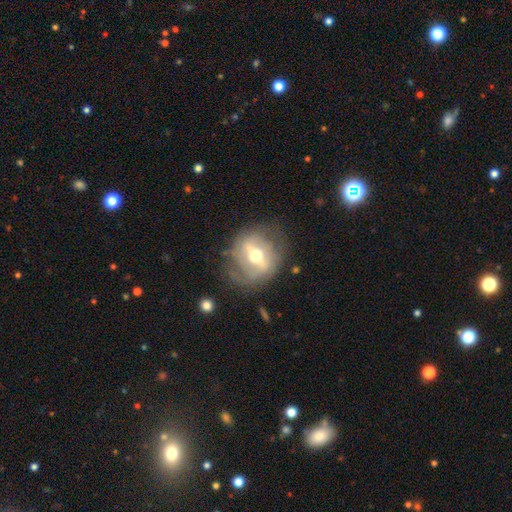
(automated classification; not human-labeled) Smooth or featured: featured or disk — 74% (smooth — 19%)
Edge-on disk: no — 88% (yes — 12%)
Bar: strong — 60% (weak — 29%)
Spiral arms: yes — 55% (no — 45%)
Bulge size: moderate — 71% (small — 16%)
Merging: none — 67% (minor disturbance — 19%)